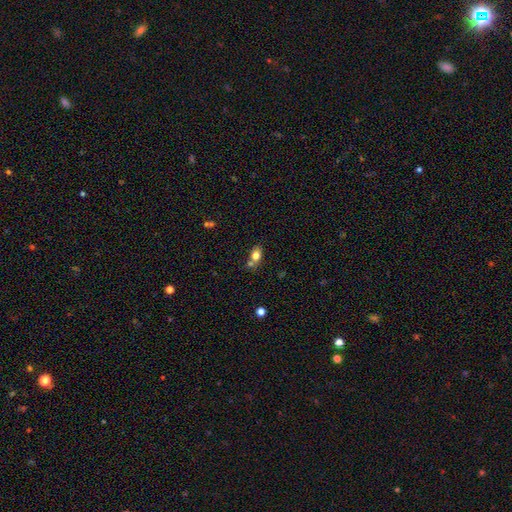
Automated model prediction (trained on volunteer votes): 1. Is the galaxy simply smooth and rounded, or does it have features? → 78% smooth, 11% star or artifact, 11% featured or disk.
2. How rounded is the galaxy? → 69% in between, 28% round, 2% cigar-shaped.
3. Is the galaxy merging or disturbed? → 53% none, 30% merger, 13% minor disturbance, 4% major disturbance.